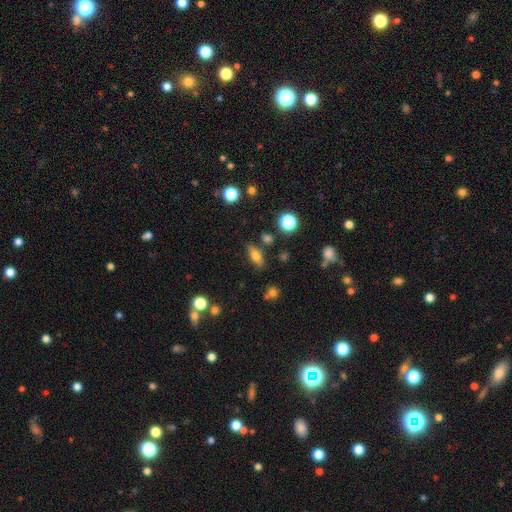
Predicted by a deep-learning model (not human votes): Smooth or featured? Predicted: smooth (p=0.74). How rounded? Predicted: in between (p=0.78). Merging? Predicted: none (p=0.79).